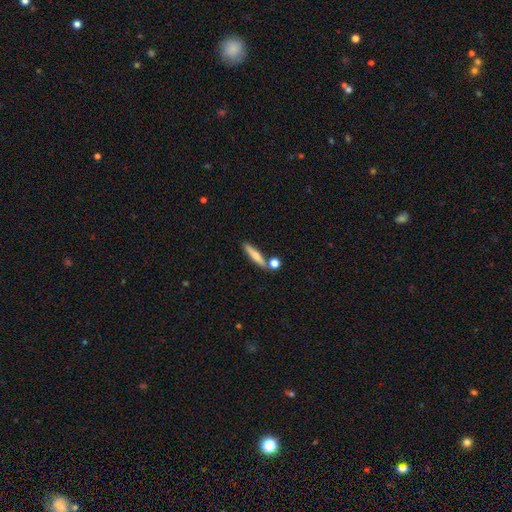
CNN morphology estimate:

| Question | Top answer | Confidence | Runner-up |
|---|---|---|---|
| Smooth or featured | smooth | 63% | featured or disk (30%) |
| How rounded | cigar-shaped | 83% | in between (13%) |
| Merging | none | 73% | merger (13%) |